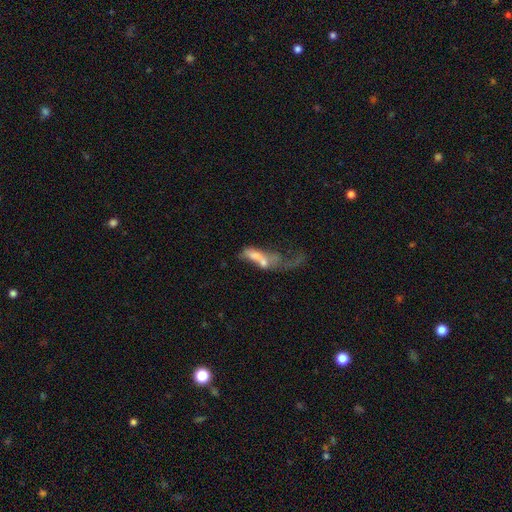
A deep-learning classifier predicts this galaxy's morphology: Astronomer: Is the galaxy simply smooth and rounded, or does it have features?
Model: smooth — 44%, tied with featured or disk at 44%.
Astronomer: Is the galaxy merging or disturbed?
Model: merger — 55%.